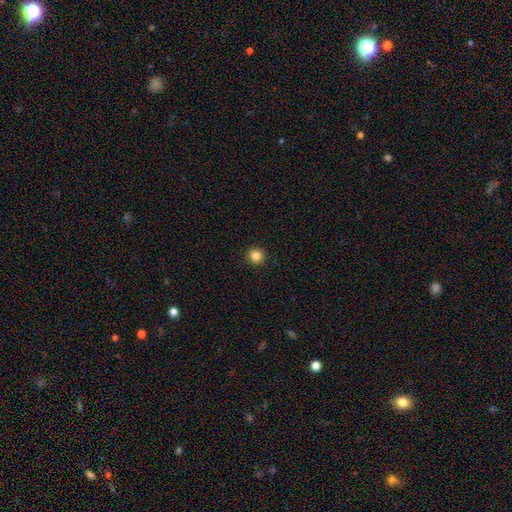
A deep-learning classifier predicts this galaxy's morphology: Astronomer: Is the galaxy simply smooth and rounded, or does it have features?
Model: smooth — 85%.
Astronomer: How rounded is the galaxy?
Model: round — 95%.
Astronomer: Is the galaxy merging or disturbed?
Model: none — 93%.